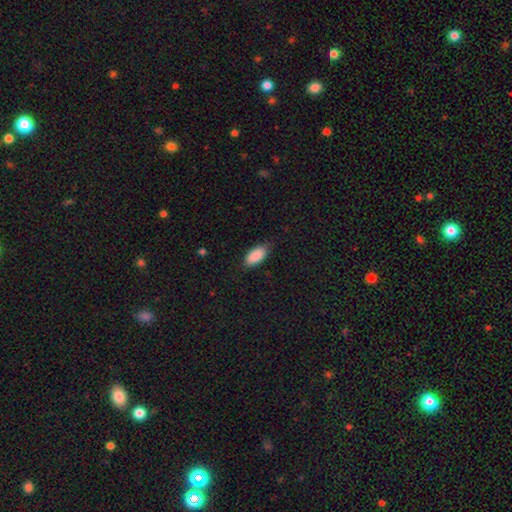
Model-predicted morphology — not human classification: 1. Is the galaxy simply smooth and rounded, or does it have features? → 89% smooth, 7% star or artifact, 4% featured or disk.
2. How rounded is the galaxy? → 92% in between, 5% cigar-shaped, 2% round.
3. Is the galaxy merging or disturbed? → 79% none, 17% minor disturbance, 3% major disturbance, 1% merger.